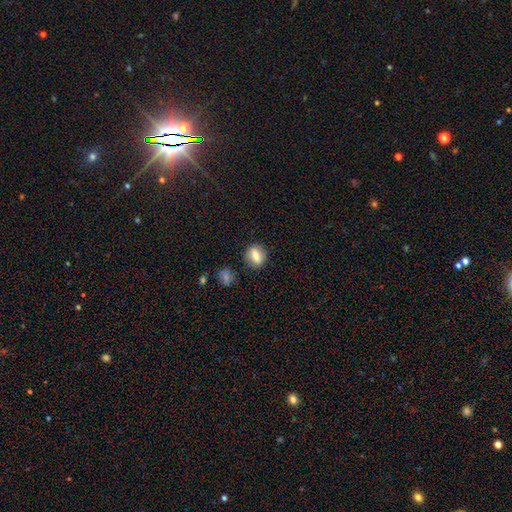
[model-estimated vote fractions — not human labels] smooth-or-featured: smooth: 68% | featured or disk: 22% | star or artifact: 10%
  how-rounded: round: 52% | in between: 43% | cigar-shaped: 5%
  merging: none: 84% | minor disturbance: 11% | major disturbance: 3% | merger: 2%